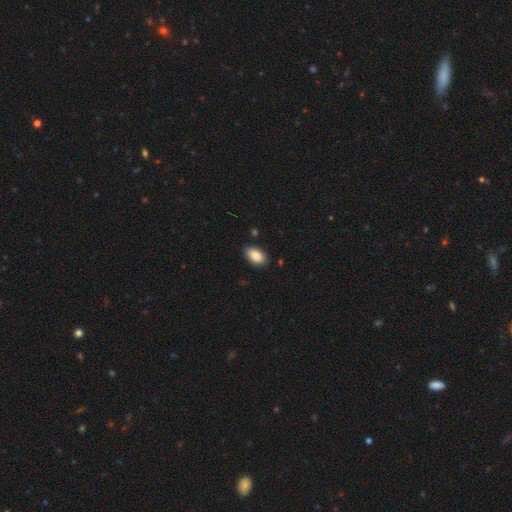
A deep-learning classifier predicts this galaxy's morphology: A smooth galaxy with no disk features (88%) that is in between round and cigar-shaped (93%). Merging: none (84%).